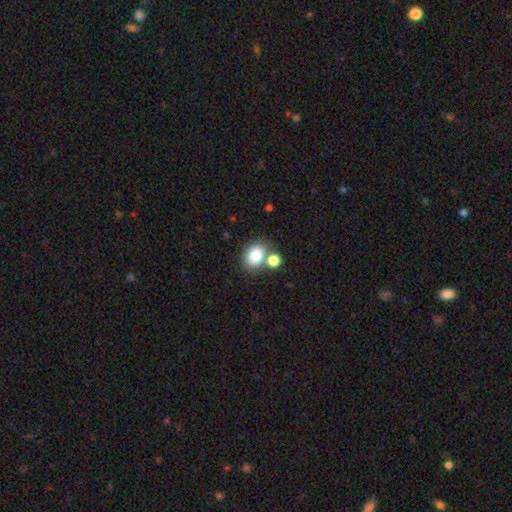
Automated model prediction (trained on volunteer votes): Overall: smooth (83%). How rounded: in between (57%; round 41%). Merging: none (60%; merger 26%).